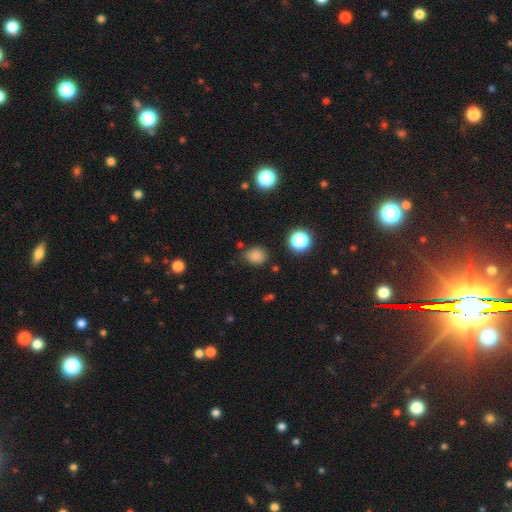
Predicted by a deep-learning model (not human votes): A smooth galaxy with no disk features (80%) that is round (63%). Merging: none (75%).